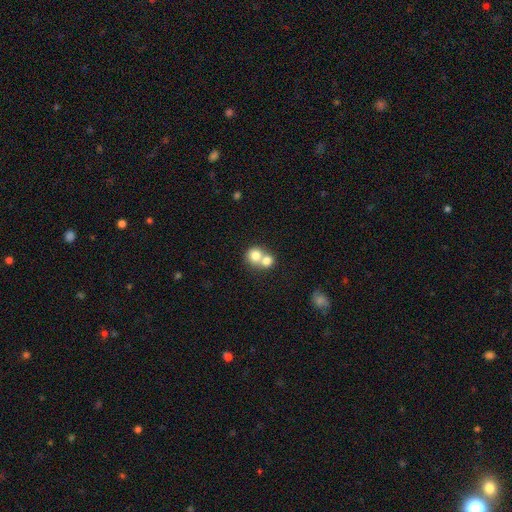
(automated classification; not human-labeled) The model was most divided on "merging": merger: 64%, none: 29%, minor disturbance: 5%, major disturbance: 2%. More confident: how rounded — round (81%); smooth or featured — smooth (76%).